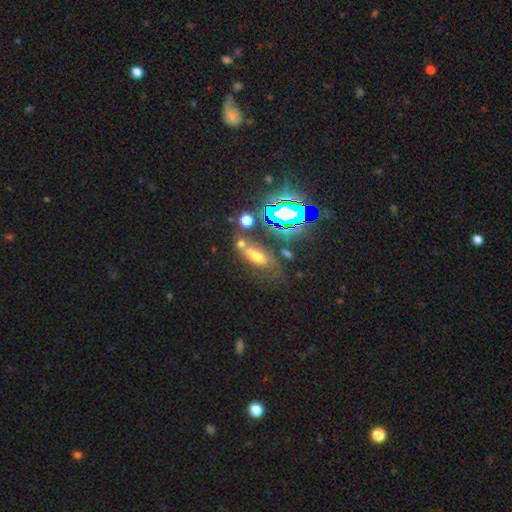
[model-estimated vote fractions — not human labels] Smooth or featured: smooth — 49% (star or artifact — 30%)
Merging: none — 53% (merger — 19%)